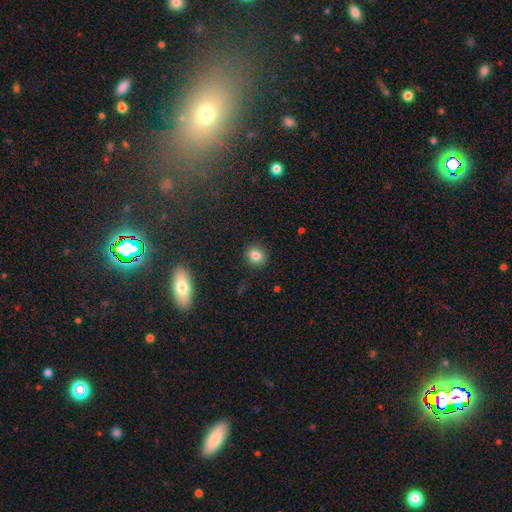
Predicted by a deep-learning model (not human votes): This appears to be a smooth galaxy with no disk features (82%) that is round (84%). Merging: none (89%).